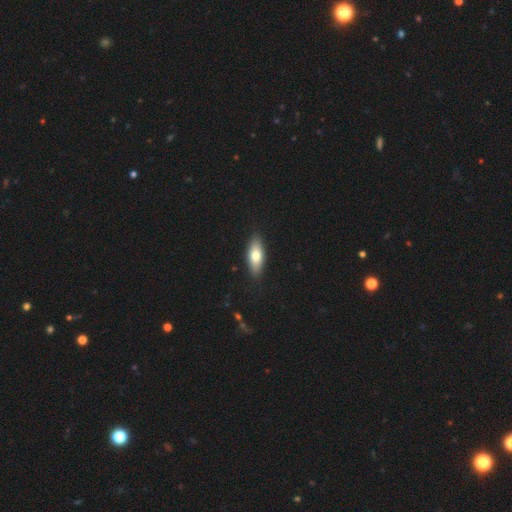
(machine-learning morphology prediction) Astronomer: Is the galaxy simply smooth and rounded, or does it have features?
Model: smooth — 73%.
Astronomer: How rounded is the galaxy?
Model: in between — 76%.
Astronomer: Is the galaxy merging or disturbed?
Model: none — 87%.